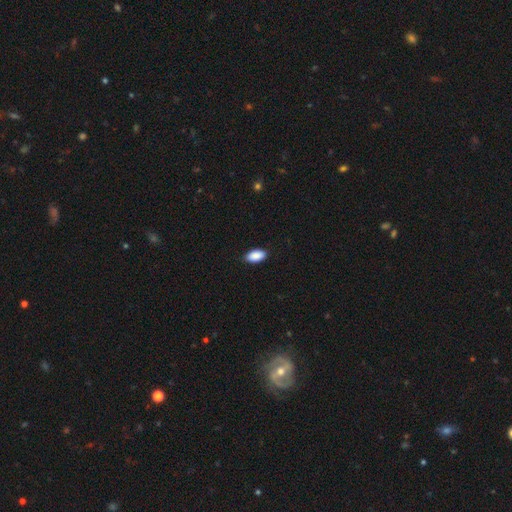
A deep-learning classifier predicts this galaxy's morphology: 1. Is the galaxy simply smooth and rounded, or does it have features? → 91% smooth, 6% star or artifact, 3% featured or disk.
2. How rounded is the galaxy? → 94% in between, 3% cigar-shaped, 3% round.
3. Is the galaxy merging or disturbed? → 88% none, 9% minor disturbance, 2% major disturbance, 1% merger.